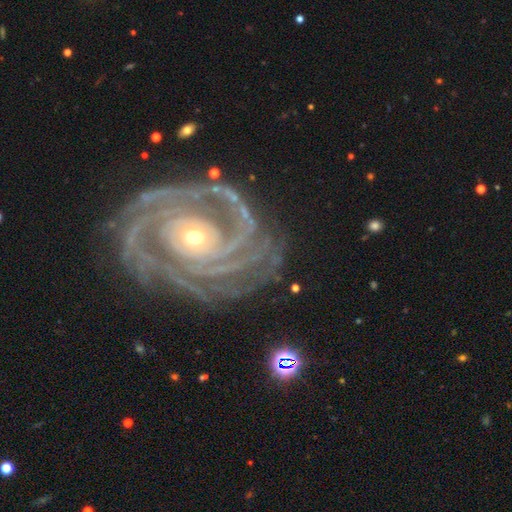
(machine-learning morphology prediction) This is clearly a featured or disk galaxy (93%). It is clearly not viewed edge-on (98%). Bar: likely no (72%). Spiral arm pattern: clearly yes (99%). Spiral arm count: marginally 3 (23%). Spiral winding: likely tight (78%). Central bulge: possibly moderate (51%). Merging: likely none (77%).